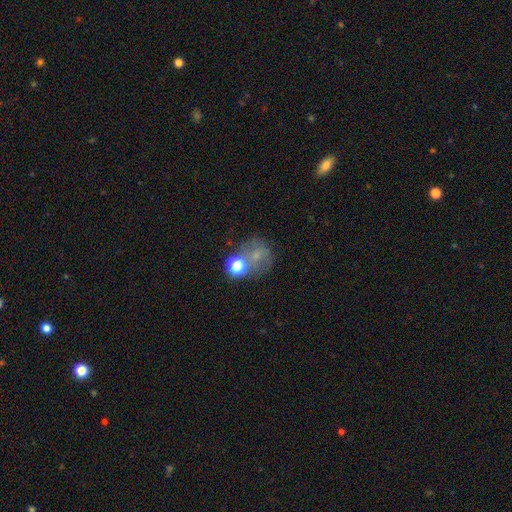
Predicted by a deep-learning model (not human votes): Overall: smooth (58%; featured or disk 22%). How rounded: round (75%). Merging: none (47%; merger 24%).